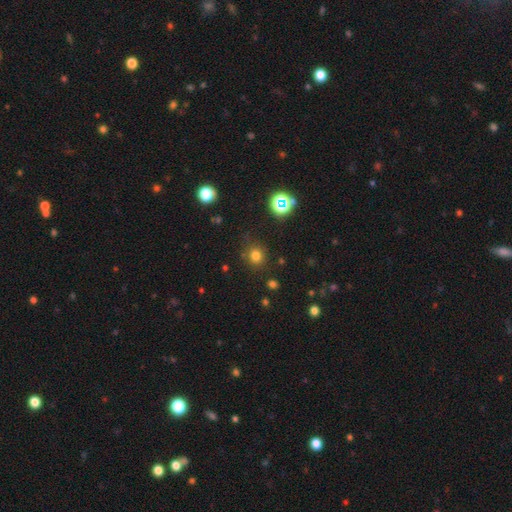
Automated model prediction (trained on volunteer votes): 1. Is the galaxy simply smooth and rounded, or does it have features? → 74% smooth, 20% star or artifact, 6% featured or disk.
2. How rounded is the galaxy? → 85% round, 14% in between, 1% cigar-shaped.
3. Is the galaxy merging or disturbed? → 82% none, 11% minor disturbance, 4% major disturbance, 3% merger.